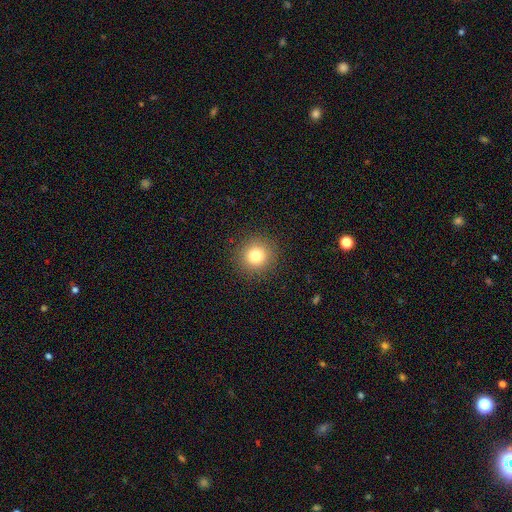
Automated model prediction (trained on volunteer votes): smooth_or_featured: smooth (p=0.79) [alt: star or artifact p=0.13]
how_rounded: round (p=0.94) [alt: in between p=0.05]
merging: none (p=0.91) [alt: minor disturbance p=0.06]